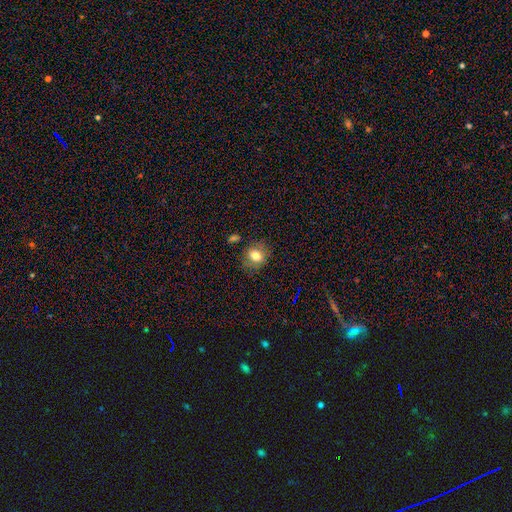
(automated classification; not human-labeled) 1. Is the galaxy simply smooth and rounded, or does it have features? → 75% smooth, 14% featured or disk, 11% star or artifact.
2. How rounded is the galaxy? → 56% round, 43% in between, 1% cigar-shaped.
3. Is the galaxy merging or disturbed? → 76% none, 16% minor disturbance, 5% major disturbance, 3% merger.